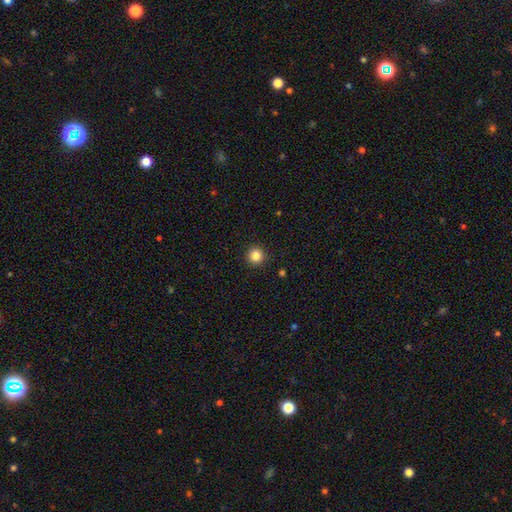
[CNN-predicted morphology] Overall: smooth (84%). How rounded: round (96%). Merging: none (93%).